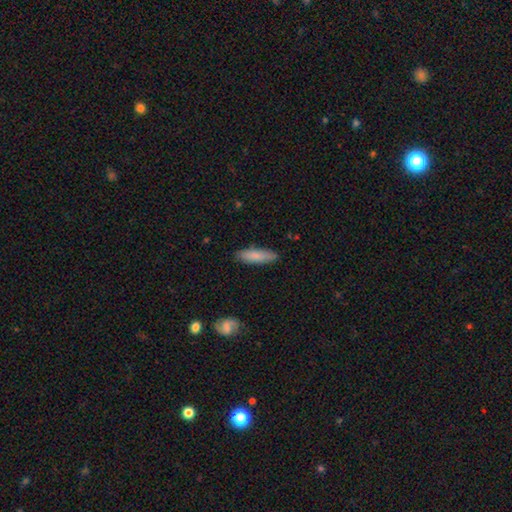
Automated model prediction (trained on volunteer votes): A smooth galaxy with no disk features (82%) that is cigar-shaped (65%). Merging: none (86%).